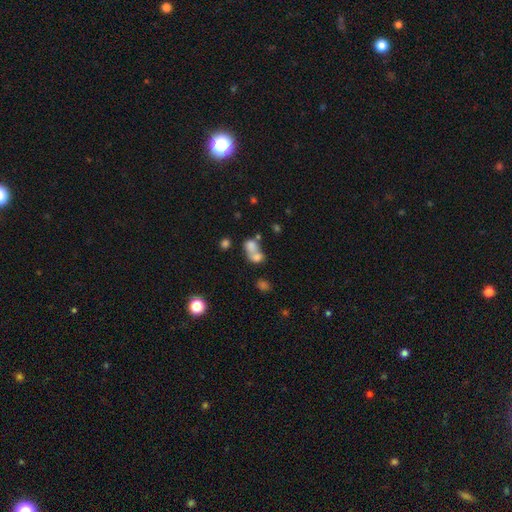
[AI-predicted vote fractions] smooth-or-featured: smooth: 71% | featured or disk: 16% | star or artifact: 13%
  how-rounded: round: 51% | in between: 47% | cigar-shaped: 2%
  merging: merger: 67% | none: 22% | minor disturbance: 6% | major disturbance: 5%